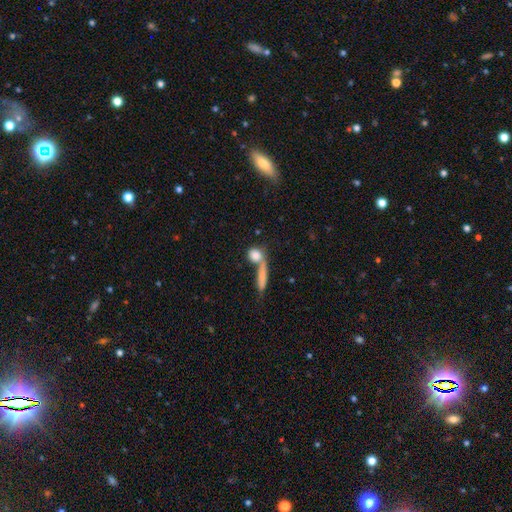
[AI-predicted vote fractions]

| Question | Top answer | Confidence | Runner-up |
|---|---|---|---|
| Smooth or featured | smooth | 78% | featured or disk (13%) |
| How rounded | round | 56% | in between (28%) |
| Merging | merger | 42% | none (39%) |